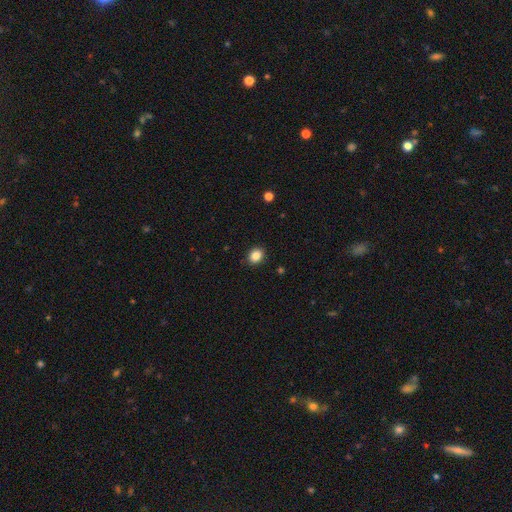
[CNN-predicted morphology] Smooth or featured? Predicted: smooth (p=0.86). How rounded? Predicted: round (p=0.54). Merging? Predicted: none (p=0.89).